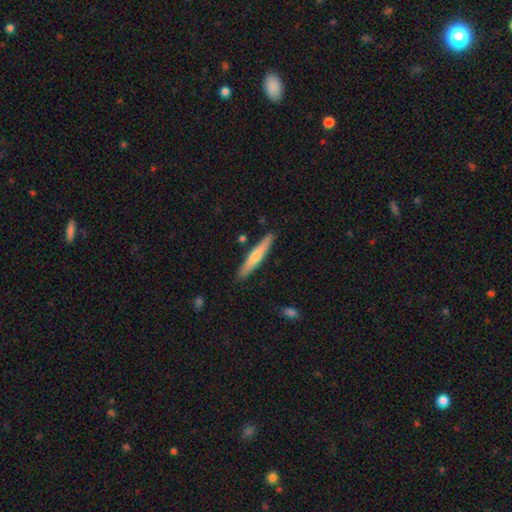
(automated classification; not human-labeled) smooth_or_featured: smooth (p=0.57) [alt: featured or disk p=0.38]
how_rounded: cigar-shaped (p=0.93) [alt: in between p=0.06]
merging: none (p=0.88) [alt: minor disturbance p=0.08]